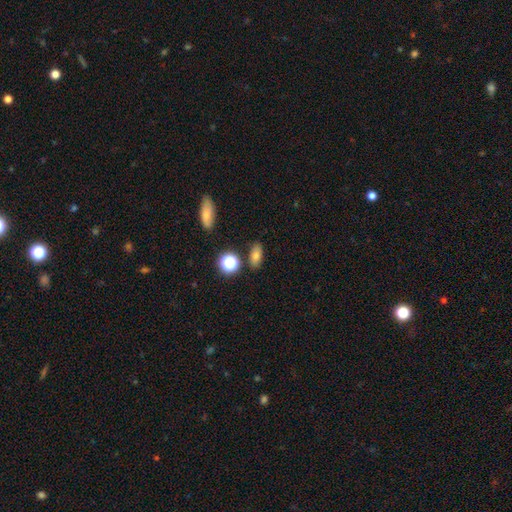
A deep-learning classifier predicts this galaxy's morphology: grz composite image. It shows a smooth galaxy with no disk features (71%) that is in between round and cigar-shaped (79%). Merging: none (83%).